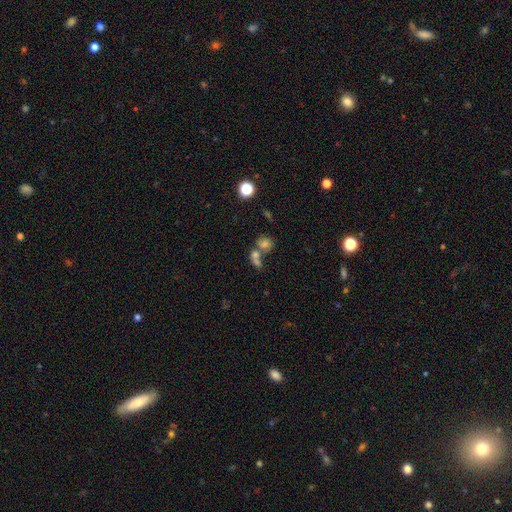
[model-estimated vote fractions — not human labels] The model was most divided on "how rounded": round: 55%, in between: 41%, cigar-shaped: 4%. More confident: smooth or featured — smooth (62%); merging — merger (53%).